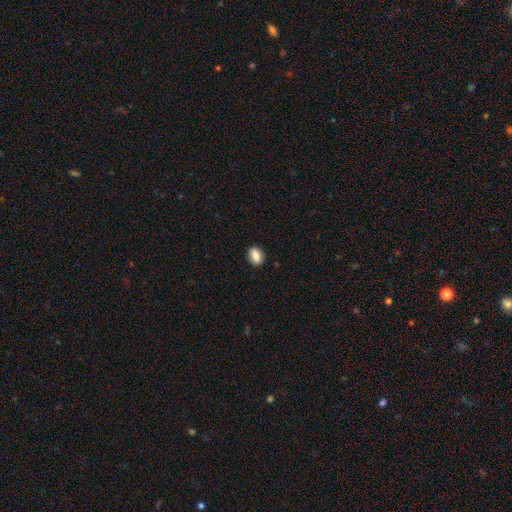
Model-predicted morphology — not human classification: Smooth or featured: smooth — 84% (star or artifact — 8%)
How rounded: in between — 74% (round — 24%)
Merging: none — 88% (minor disturbance — 9%)